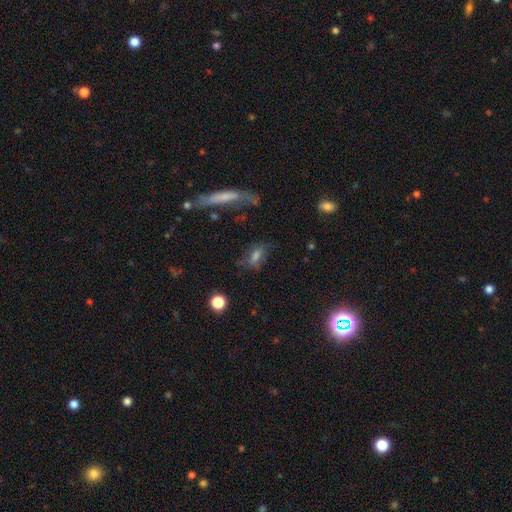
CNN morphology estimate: smooth 55%, featured or disk 30%, star or artifact 15%. Down the decision tree: how rounded — in between (68%); merging — none (59%).